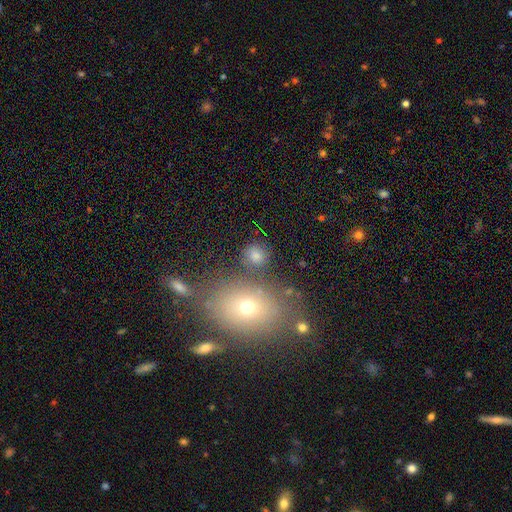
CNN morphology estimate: Q: Smooth or featured?
A: smooth (72%); runner-up: star or artifact (17%)
Q: How rounded?
A: round (80%); runner-up: in between (18%)
Q: Merging?
A: none (76%); runner-up: merger (10%)